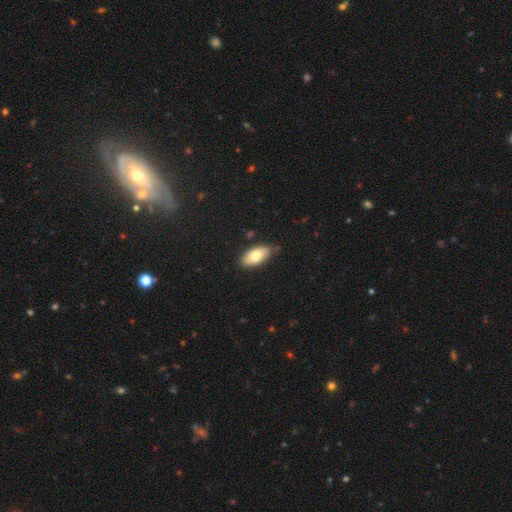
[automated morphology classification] Q: Smooth or featured?
A: smooth (75%); runner-up: featured or disk (19%)
Q: How rounded?
A: in between (92%); runner-up: cigar-shaped (5%)
Q: Merging?
A: none (84%); runner-up: minor disturbance (12%)